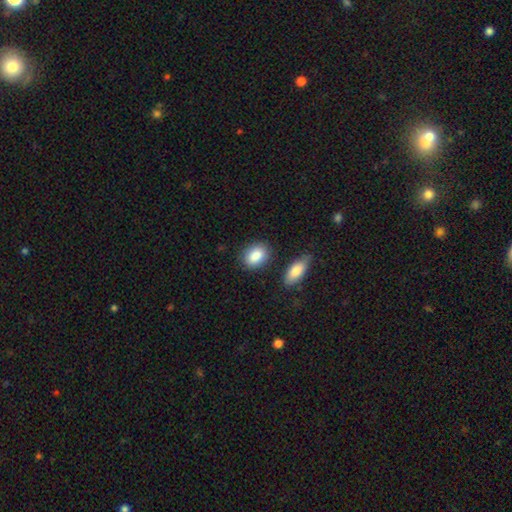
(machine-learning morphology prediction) Smooth or featured? Predicted: smooth (p=0.87). How rounded? Predicted: in between (p=0.81). Merging? Predicted: none (p=0.81).